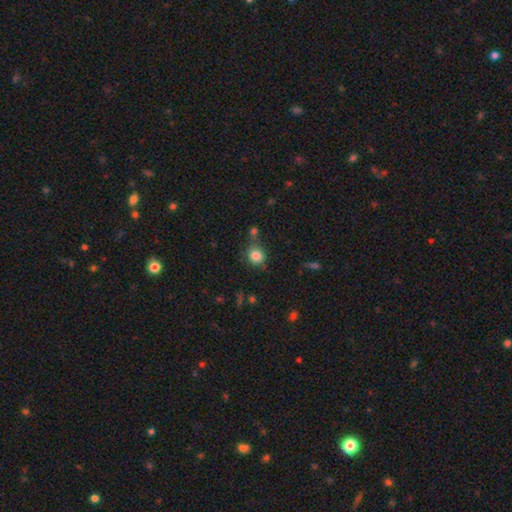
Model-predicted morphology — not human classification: smooth 83%, star or artifact 11%, featured or disk 6%. Down the decision tree: how rounded — round (80%); merging — none (64%).